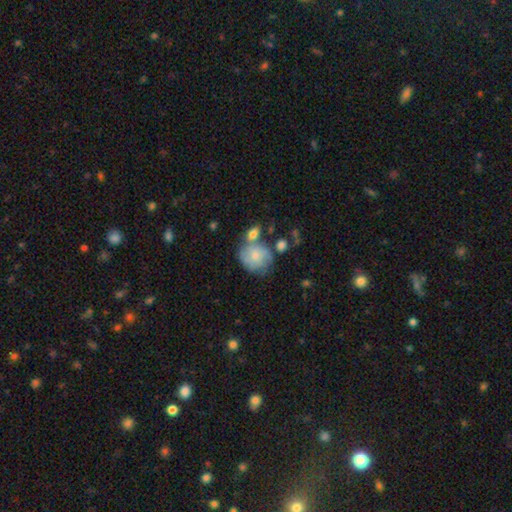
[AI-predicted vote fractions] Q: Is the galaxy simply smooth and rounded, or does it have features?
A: smooth — 60%.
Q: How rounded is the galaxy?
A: round — 75%.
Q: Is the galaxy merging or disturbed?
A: none — 45%.